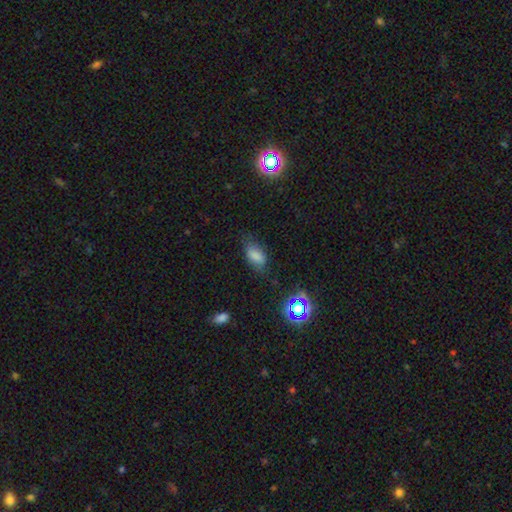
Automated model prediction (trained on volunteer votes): The model was most divided on "merging": none: 65%, minor disturbance: 25%, major disturbance: 9%, merger: 2%. More confident: how rounded — in between (89%); smooth or featured — smooth (78%).